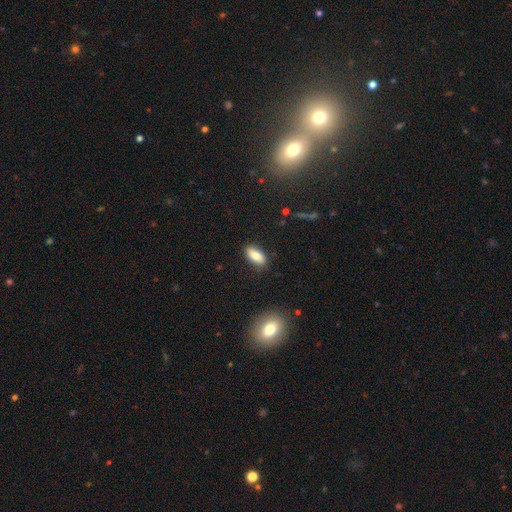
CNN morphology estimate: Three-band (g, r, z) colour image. It shows a smooth galaxy with no disk features (83%) that is in between round and cigar-shaped (87%). Merging: none (85%).